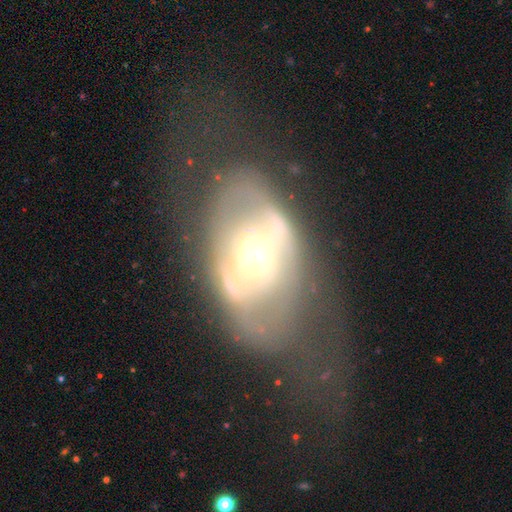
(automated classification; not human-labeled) Overall: featured or disk (69%). Edge-on disk: no (91%). Bar: no (50%; weak 27%). Spiral arms: no (57%; yes 43%). Bulge size: small (56%; moderate 36%). Merging: major disturbance (39%; none 38%).